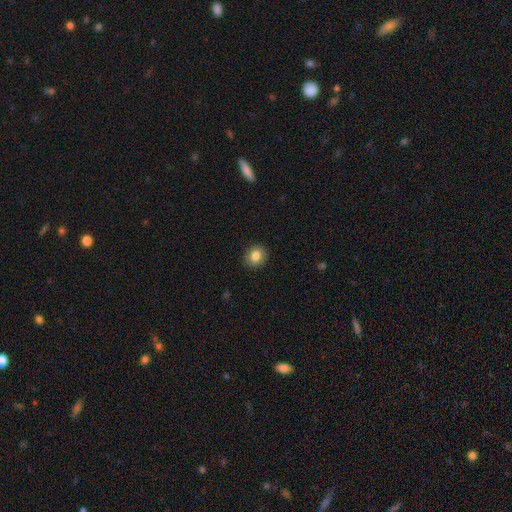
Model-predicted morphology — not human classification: type=smooth (84%); roundness=round (74%); merging=none (90%).